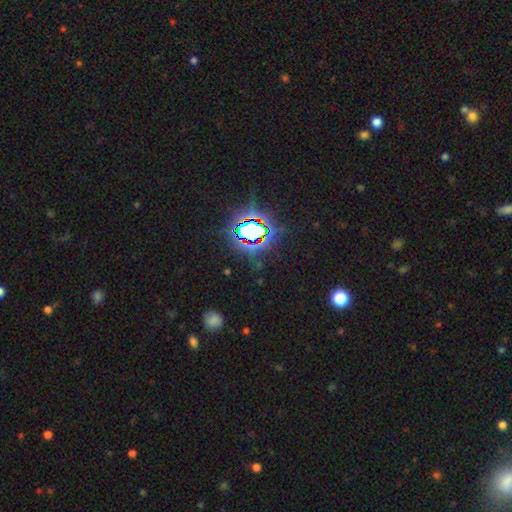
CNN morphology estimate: Overall: star or artifact (80%).